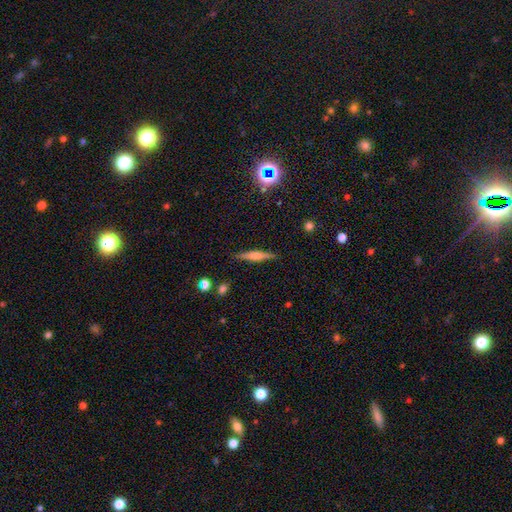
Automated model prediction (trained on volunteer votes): Smooth or featured?
  - featured or disk: 53% *
  - smooth: 39%
  - star or artifact: 8%
Edge-on disk?
  - yes: 96% *
  - no: 4%
Edge-on bulge?
  - rounded: 65% *
  - boxy: 22%
  - none: 13%
Merging?
  - none: 88% *
  - minor disturbance: 9%
  - major disturbance: 2%
  - merger: 2%